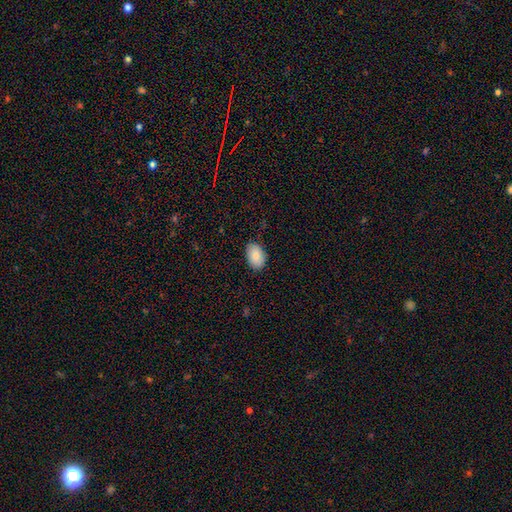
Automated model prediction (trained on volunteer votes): Overall: smooth (86%). How rounded: in between (89%). Merging: none (87%).